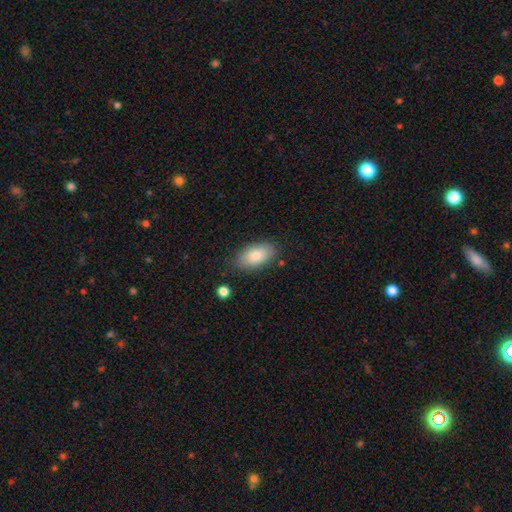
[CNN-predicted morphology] type=smooth (80%); roundness=in between (92%); merging=none (82%).